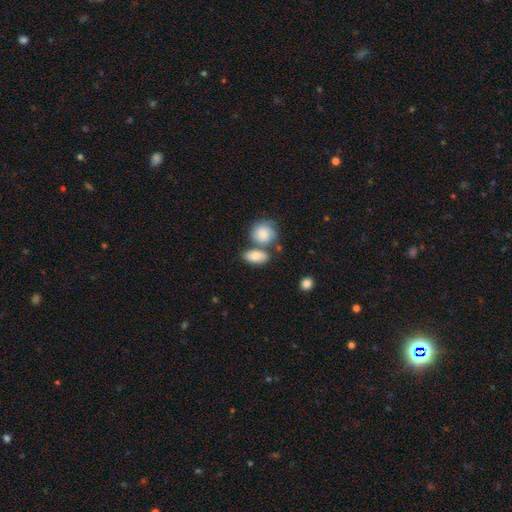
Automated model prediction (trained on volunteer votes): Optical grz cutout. It shows a smooth galaxy with no disk features (81%) that is in between round and cigar-shaped (84%). Merging: none (51%).